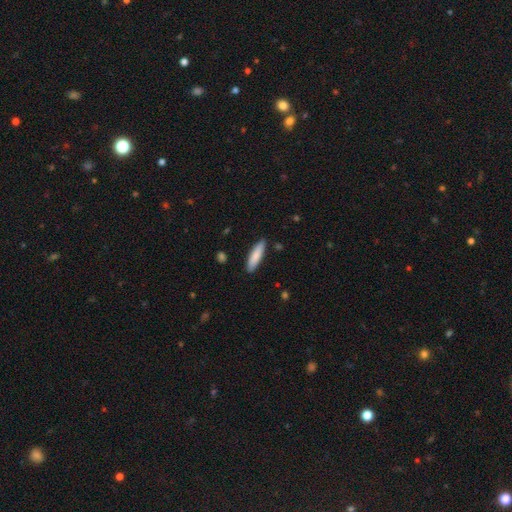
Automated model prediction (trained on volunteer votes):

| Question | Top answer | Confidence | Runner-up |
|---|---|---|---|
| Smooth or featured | smooth | 83% | featured or disk (11%) |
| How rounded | cigar-shaped | 70% | in between (29%) |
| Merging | none | 87% | minor disturbance (10%) |